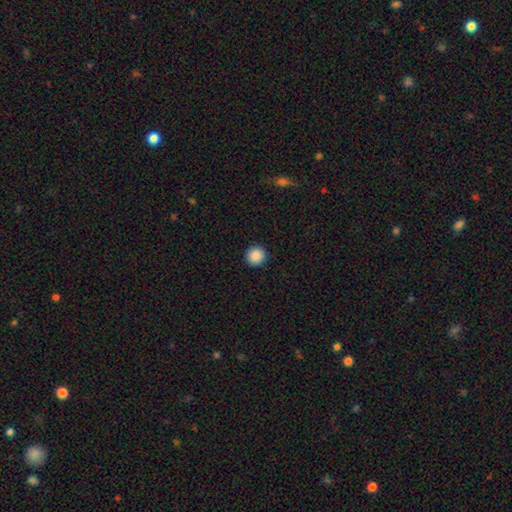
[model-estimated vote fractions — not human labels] Smooth or featured?
  - smooth: 89% *
  - star or artifact: 9%
  - featured or disk: 3%
How rounded?
  - round: 95% *
  - in between: 4%
  - cigar-shaped: 1%
Merging?
  - none: 93% *
  - minor disturbance: 4%
  - major disturbance: 2%
  - merger: 1%